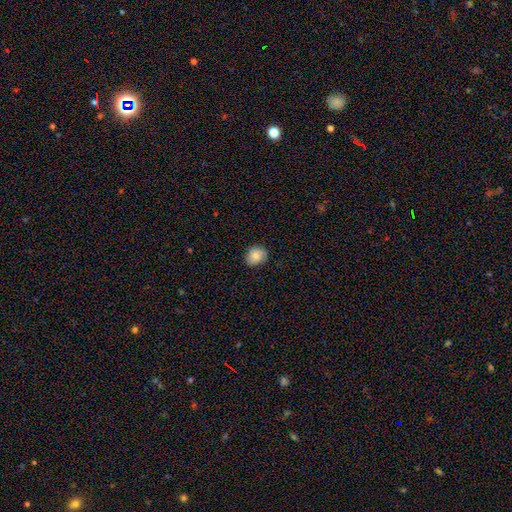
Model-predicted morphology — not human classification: smooth-or-featured: smooth: 81% | featured or disk: 11% | star or artifact: 8%
  how-rounded: round: 68% | in between: 31% | cigar-shaped: 1%
  merging: none: 78% | minor disturbance: 18% | major disturbance: 3% | merger: 1%